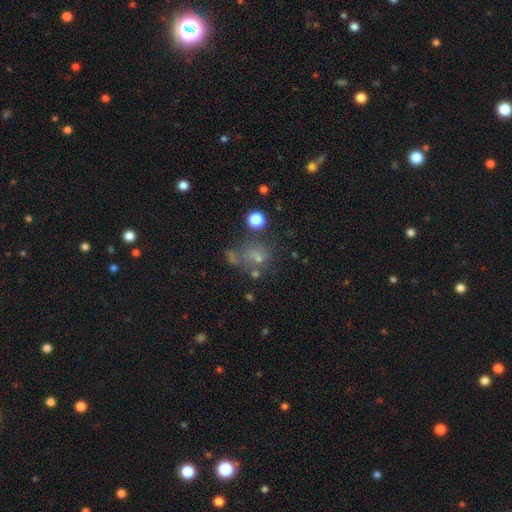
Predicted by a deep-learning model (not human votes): Smooth or featured? Predicted: smooth (p=0.51). How rounded? Predicted: round (p=0.72). Merging? Predicted: none (p=0.47).